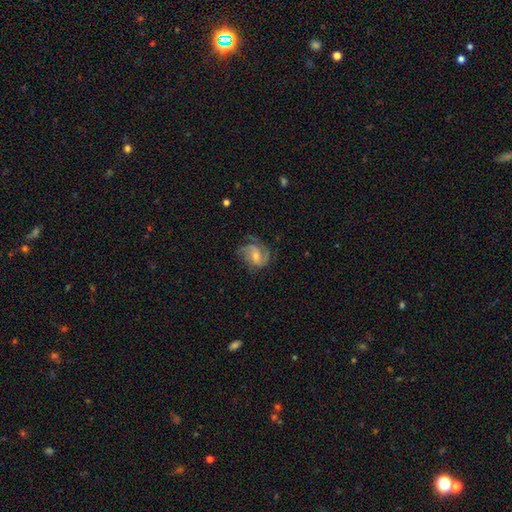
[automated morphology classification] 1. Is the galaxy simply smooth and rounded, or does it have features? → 76% featured or disk, 17% smooth, 6% star or artifact.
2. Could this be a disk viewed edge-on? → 98% no, 2% yes.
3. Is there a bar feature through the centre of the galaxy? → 45% weak, 42% no, 13% strong.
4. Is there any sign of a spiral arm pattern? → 94% yes, 6% no.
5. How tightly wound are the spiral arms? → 48% medium, 28% tight, 25% loose.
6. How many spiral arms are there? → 47% 2, 24% 3, 15% can't tell, 7% 1, 4% 4, 3% more than 4.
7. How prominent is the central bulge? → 47% small (tied), 47% moderate (tied), 3% none, 2% large, 1% dominant.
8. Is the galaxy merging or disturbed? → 60% none, 24% minor disturbance, 15% major disturbance, 1% merger.